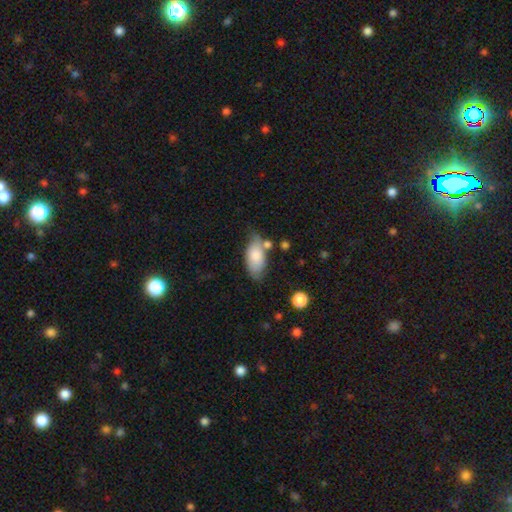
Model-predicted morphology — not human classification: This appears to be a smooth galaxy with no disk features (75%) that is in between round and cigar-shaped (92%). Merging: none (52%).